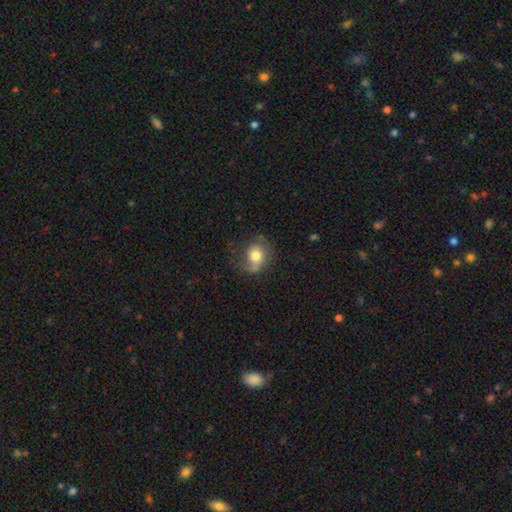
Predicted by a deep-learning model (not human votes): Smooth or featured?
  - smooth: 69% *
  - featured or disk: 22%
  - star or artifact: 9%
How rounded?
  - round: 63% *
  - in between: 36%
  - cigar-shaped: 1%
Merging?
  - none: 53% *
  - minor disturbance: 28%
  - major disturbance: 15%
  - merger: 4%